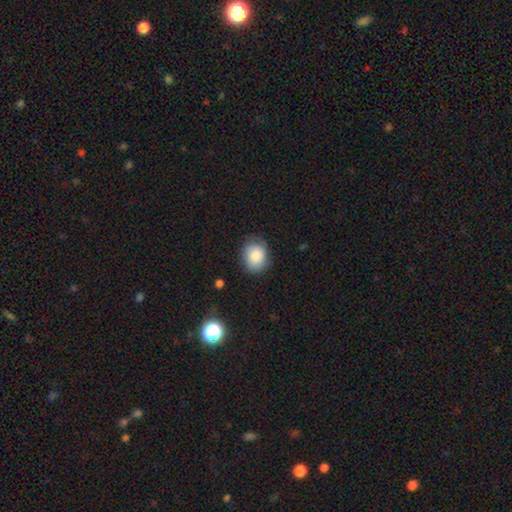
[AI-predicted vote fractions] Smooth or featured?
  - smooth: 84% *
  - star or artifact: 8%
  - featured or disk: 8%
How rounded?
  - round: 58% *
  - in between: 41%
  - cigar-shaped: 1%
Merging?
  - none: 76% *
  - minor disturbance: 18%
  - major disturbance: 4%
  - merger: 1%